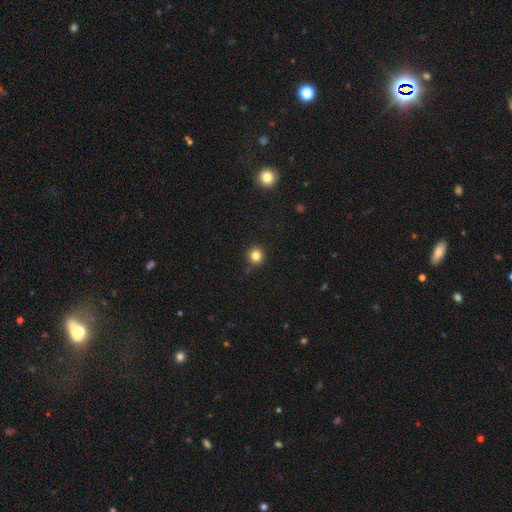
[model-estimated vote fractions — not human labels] Smooth or featured? smooth (82%)
How rounded? round (94%)
Merging? none (89%)